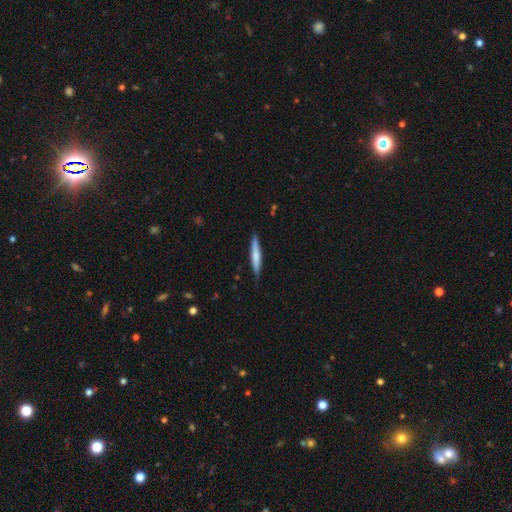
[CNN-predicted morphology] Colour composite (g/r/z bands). It shows a smooth galaxy with no disk features (61%) that is cigar-shaped (93%). Merging: none (86%).